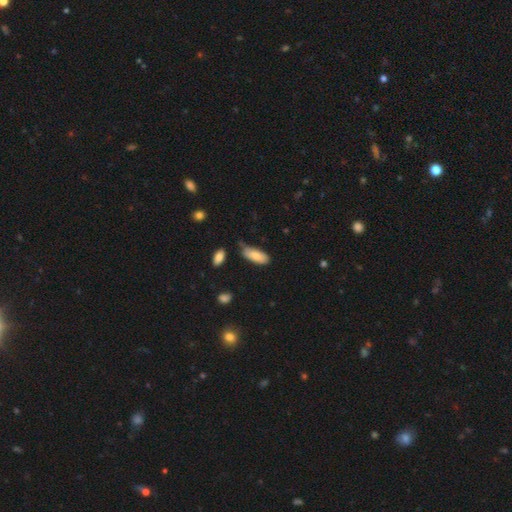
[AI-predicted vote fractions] The model was most divided on "merging": none: 58%, minor disturbance: 31%, major disturbance: 6%, merger: 5%. More confident: smooth or featured — smooth (82%); how rounded — in between (80%).